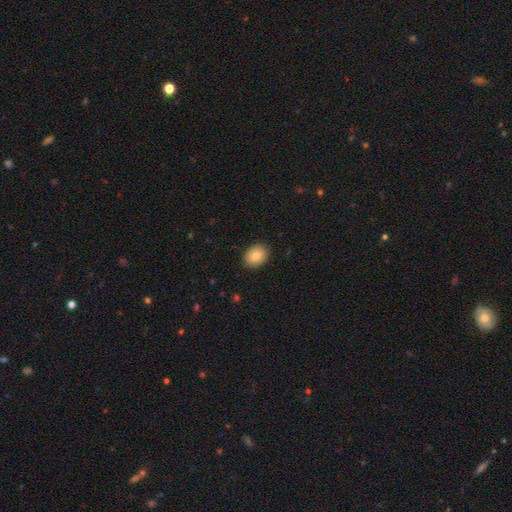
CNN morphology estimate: Overall: smooth (82%). How rounded: in between (50%; round 49%). Merging: none (90%).